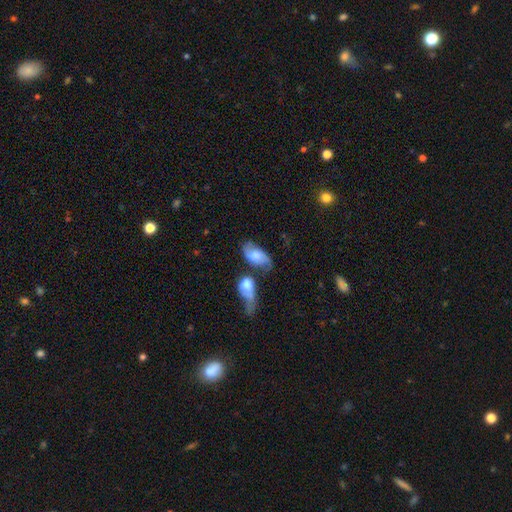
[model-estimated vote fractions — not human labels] Smooth or featured?
  - featured or disk: 47% *
  - smooth: 45%
  - star or artifact: 8%
Merging?
  - none: 40% *
  - merger: 27%
  - minor disturbance: 21%
  - major disturbance: 13%